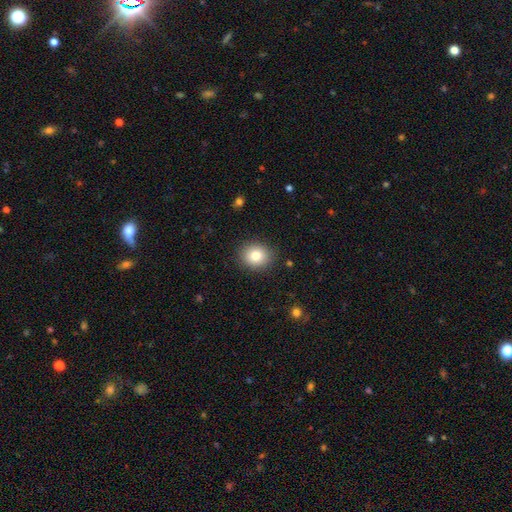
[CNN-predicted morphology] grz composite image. It shows a smooth galaxy with no disk features (81%) that is round (73%). Merging: none (88%).